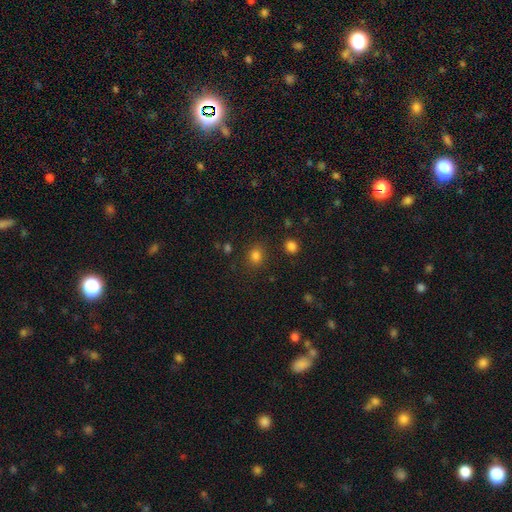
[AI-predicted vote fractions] Smooth or featured? smooth (82%)
How rounded? round (70%)
Merging? none (84%)